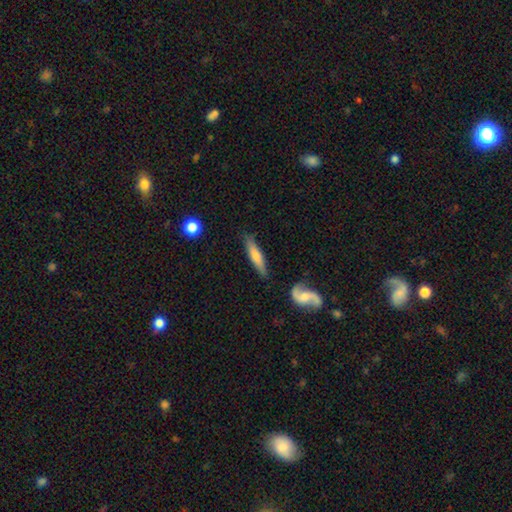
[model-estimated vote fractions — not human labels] A smooth galaxy with no disk features (49%). Merging: none (82%).